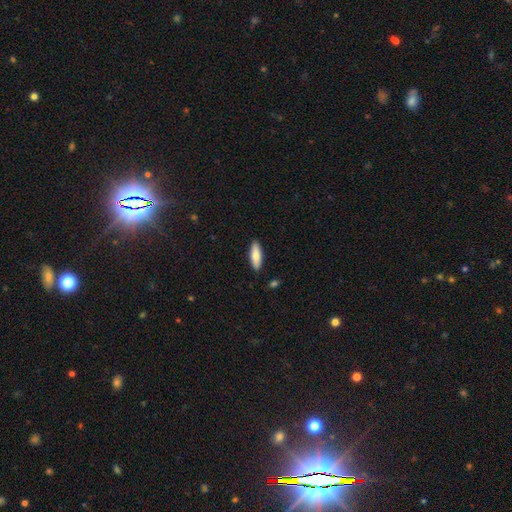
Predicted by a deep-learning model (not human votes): smooth 79%, featured or disk 16%, star or artifact 5%. Down the decision tree: how rounded — in between (55%); merging — none (89%).